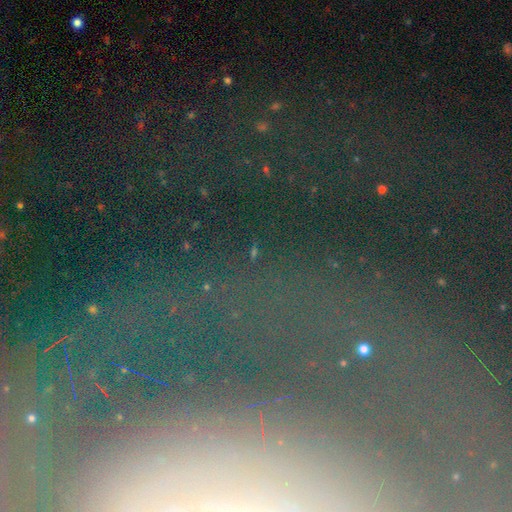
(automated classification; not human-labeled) Q: Smooth or featured?
A: star or artifact (72%); runner-up: smooth (15%)